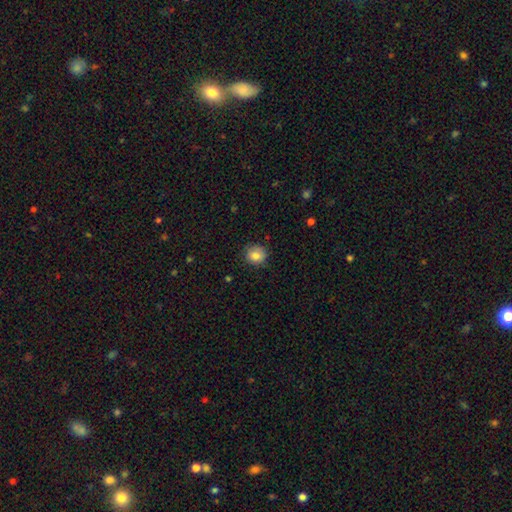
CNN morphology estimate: Overall: smooth (81%). How rounded: round (83%). Merging: none (79%).